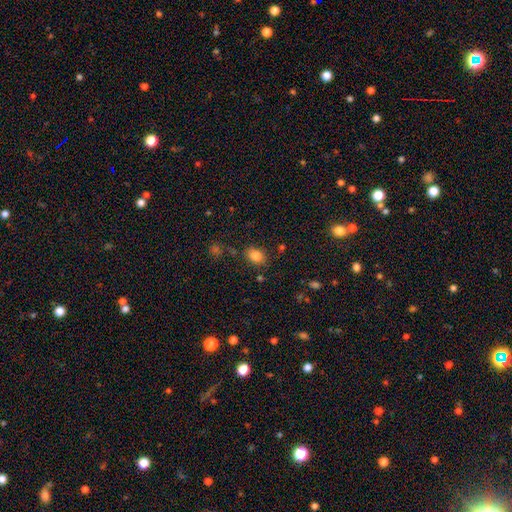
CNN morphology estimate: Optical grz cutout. It shows a smooth galaxy with no disk features (83%) that is in between round and cigar-shaped (61%). Merging: none (79%).